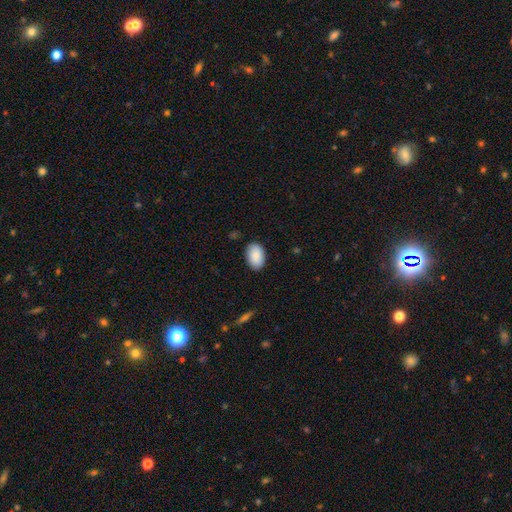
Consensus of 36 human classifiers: Smooth or featured: smooth — 92% (featured or disk — 6%)
How rounded: in between — 97% (round — 3%)
Merging: none — 86% (minor disturbance — 11%)